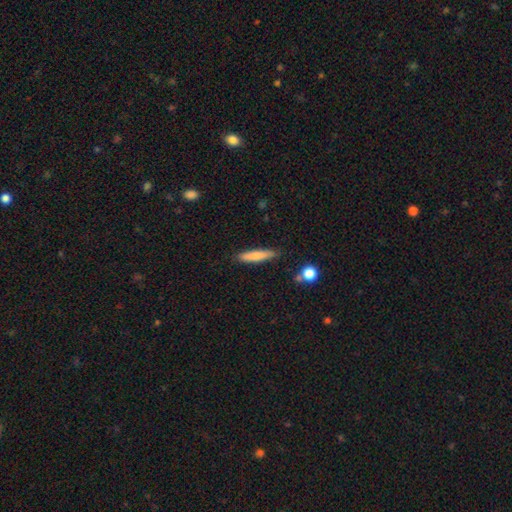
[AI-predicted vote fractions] Smooth or featured? Predicted: smooth (p=0.76). How rounded? Predicted: cigar-shaped (p=0.87). Merging? Predicted: none (p=0.84).